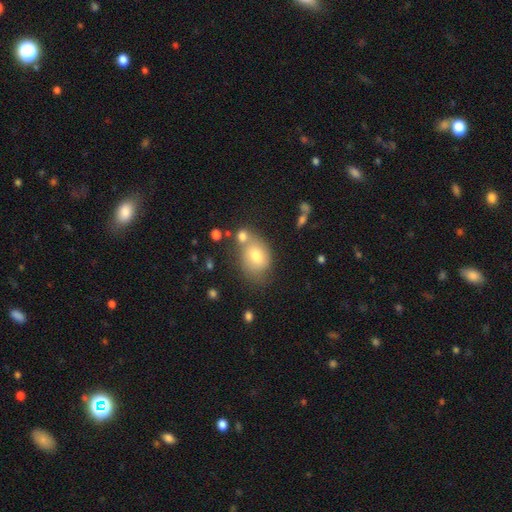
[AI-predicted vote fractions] Smooth or featured? smooth (72%)
How rounded? in between (63%)
Merging? none (47%)